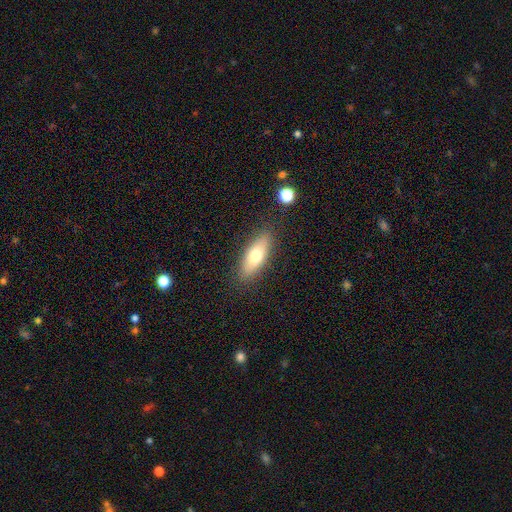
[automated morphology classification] Q: Smooth or featured?
A: smooth (67%); runner-up: featured or disk (25%)
Q: How rounded?
A: in between (64%); runner-up: cigar-shaped (32%)
Q: Merging?
A: none (86%); runner-up: minor disturbance (10%)